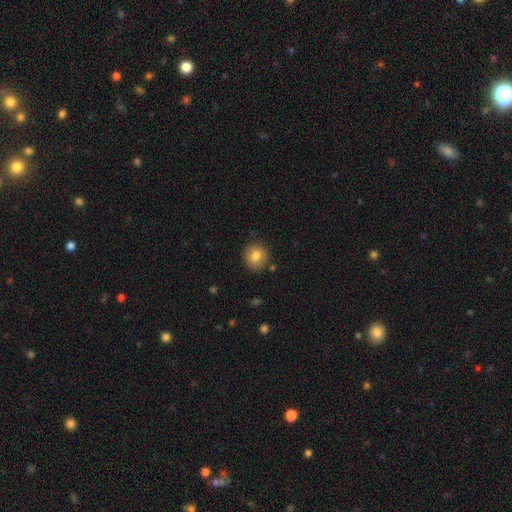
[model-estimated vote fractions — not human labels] This appears to be a smooth galaxy with no disk features (81%) that is round (88%). Merging: none (87%).